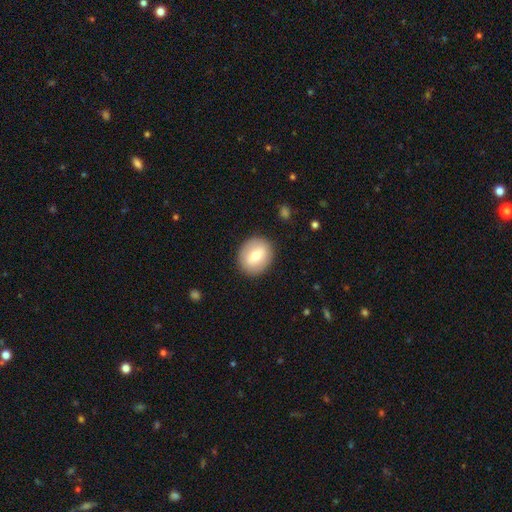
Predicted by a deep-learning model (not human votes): A smooth galaxy with no disk features (68%) that is round (65%). Merging: none (88%).